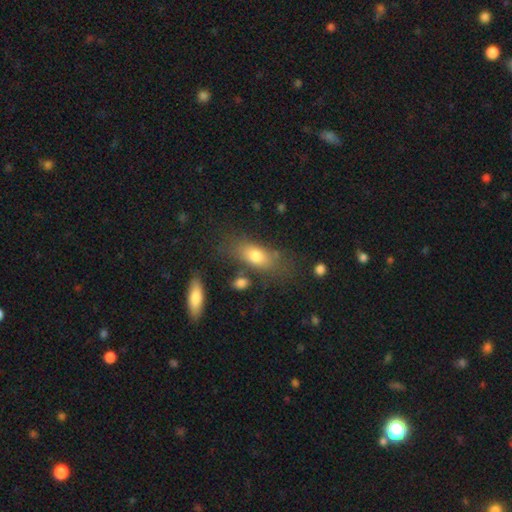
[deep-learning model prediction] A smooth galaxy with no disk features (73%) that is in between round and cigar-shaped (75%). Merging: none (65%).